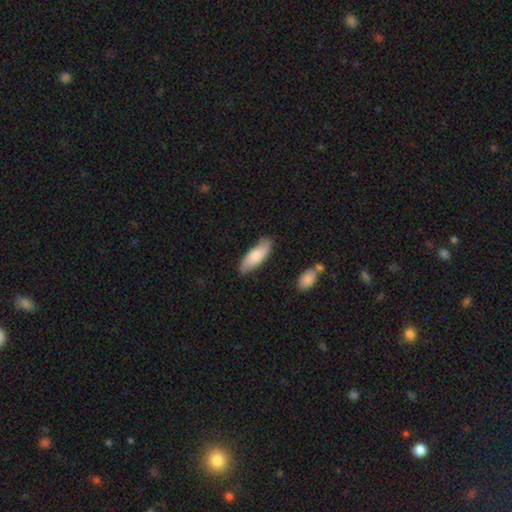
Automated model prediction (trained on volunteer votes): smooth-or-featured: smooth: 75% | featured or disk: 19% | star or artifact: 5%
  how-rounded: in between: 63% | cigar-shaped: 35% | round: 2%
  merging: none: 78% | minor disturbance: 17% | major disturbance: 3% | merger: 2%